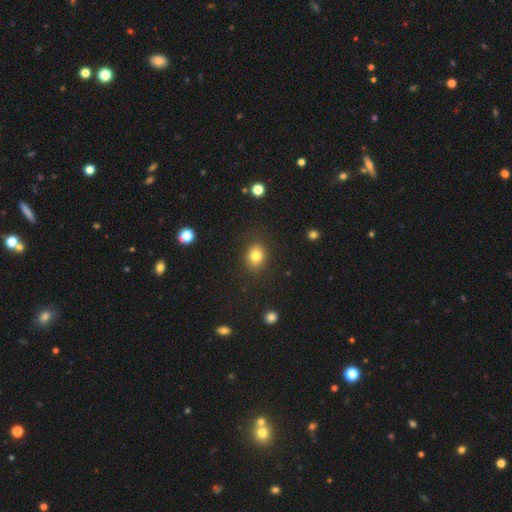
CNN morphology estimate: smooth-or-featured: smooth: 80% | star or artifact: 11% | featured or disk: 8%
  how-rounded: round: 55% | in between: 44% | cigar-shaped: 1%
  merging: none: 85% | minor disturbance: 10% | major disturbance: 4% | merger: 2%